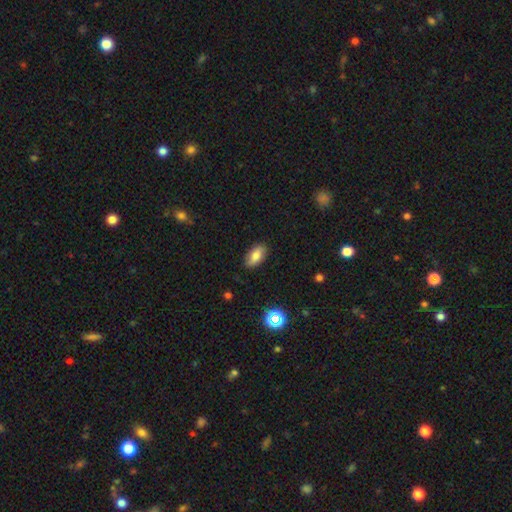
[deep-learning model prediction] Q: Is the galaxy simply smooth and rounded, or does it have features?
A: smooth — 76%.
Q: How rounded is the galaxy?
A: in between — 91%.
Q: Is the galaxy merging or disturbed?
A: none — 85%.